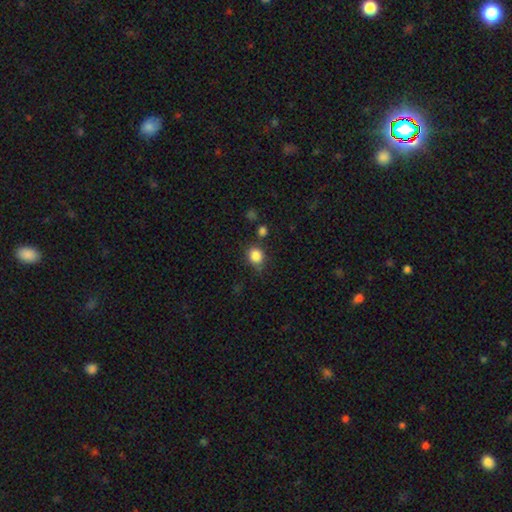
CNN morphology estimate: This is clearly a smooth galaxy (85%). How rounded: likely round (73%). Merging: likely none (72%).